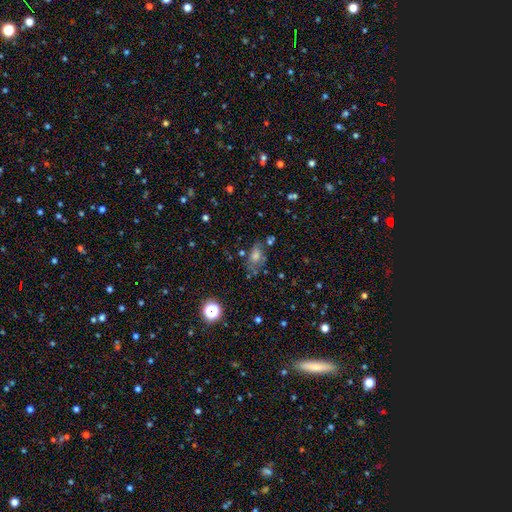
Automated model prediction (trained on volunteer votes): Morphology: type=smooth (50%); roundness=in between (78%); merging=none (57%).